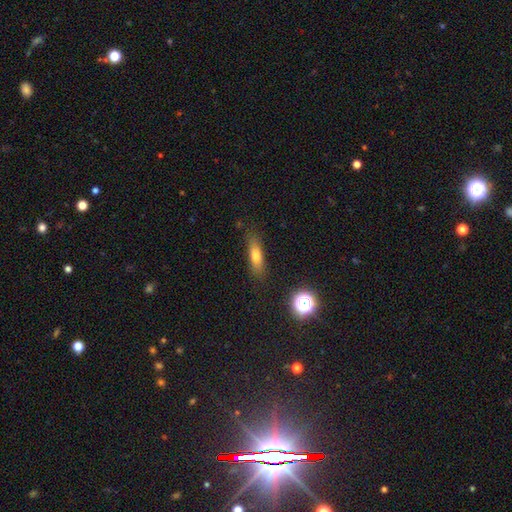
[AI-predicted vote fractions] Morphology: type=smooth (67%); roundness=cigar-shaped (55%); merging=none (81%).